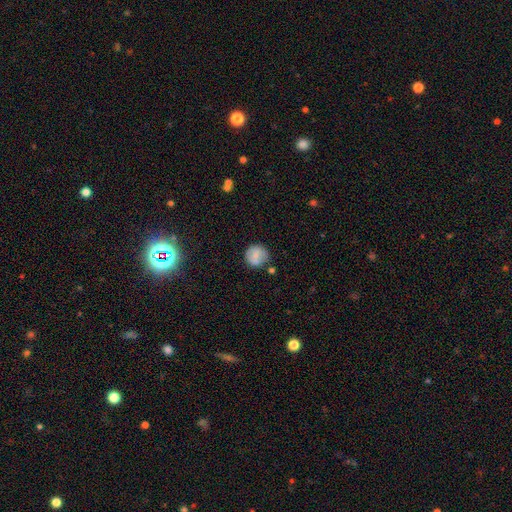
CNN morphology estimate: Smooth or featured?
  - smooth: 70% *
  - featured or disk: 22%
  - star or artifact: 9%
How rounded?
  - round: 89% *
  - in between: 10%
  - cigar-shaped: 1%
Merging?
  - none: 70% *
  - minor disturbance: 17%
  - merger: 8%
  - major disturbance: 5%